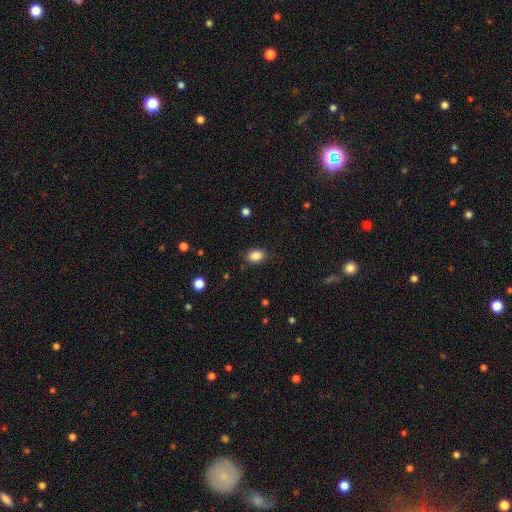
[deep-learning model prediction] Smooth or featured: smooth — 86% (star or artifact — 10%)
How rounded: in between — 76% (round — 23%)
Merging: none — 84% (minor disturbance — 12%)